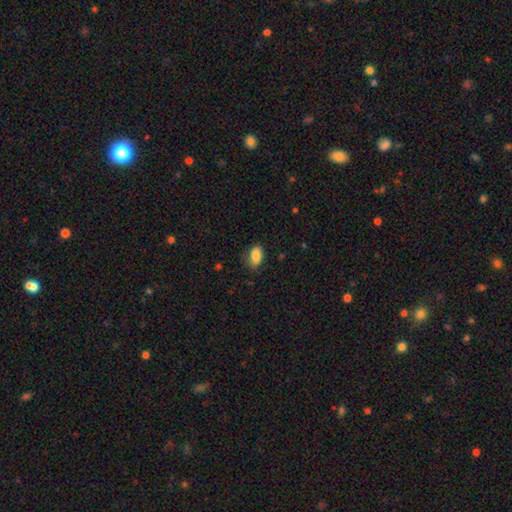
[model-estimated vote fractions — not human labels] smooth_or_featured: smooth (p=0.86) [alt: star or artifact p=0.08]
how_rounded: in between (p=0.90) [alt: round p=0.07]
merging: none (p=0.75) [alt: minor disturbance p=0.20]